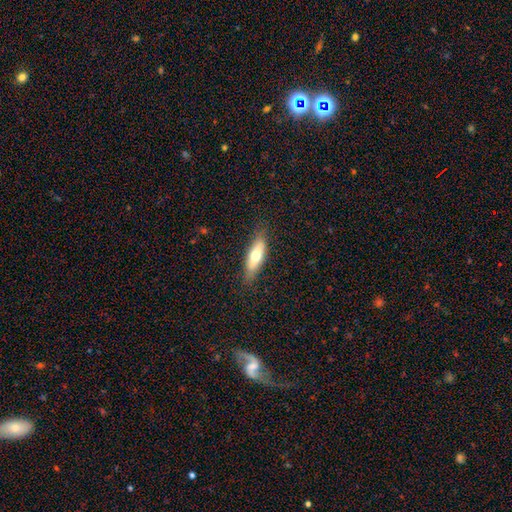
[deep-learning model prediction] This is likely a smooth galaxy (64%). How rounded: possibly in between (52%). Merging: clearly none (81%).